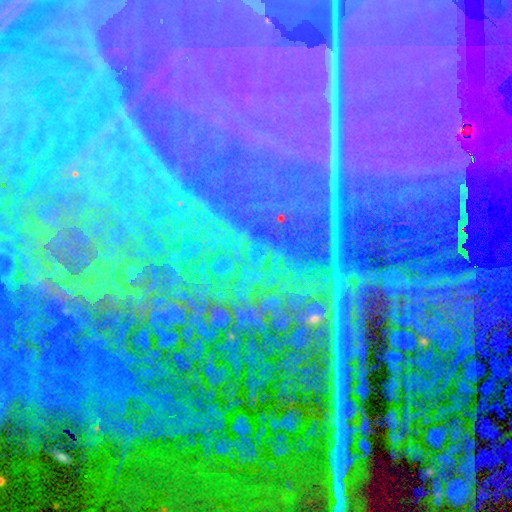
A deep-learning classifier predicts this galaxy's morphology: A star or artifact, not a galaxy (89%).

Vote fractions:
- Smooth or featured? star or artifact: 89% / featured or disk: 6% / smooth: 5%